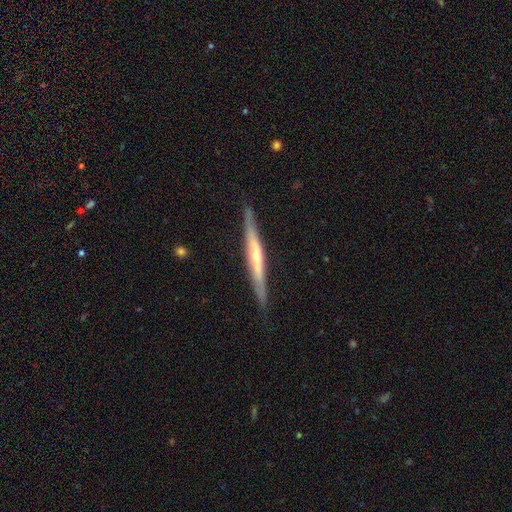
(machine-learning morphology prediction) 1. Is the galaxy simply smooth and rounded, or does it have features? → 66% featured or disk, 29% smooth, 6% star or artifact.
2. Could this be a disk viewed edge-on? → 96% yes, 4% no.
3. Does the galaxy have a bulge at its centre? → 59% rounded, 35% none, 7% boxy.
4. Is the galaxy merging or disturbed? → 88% none, 9% minor disturbance, 2% major disturbance, 1% merger.